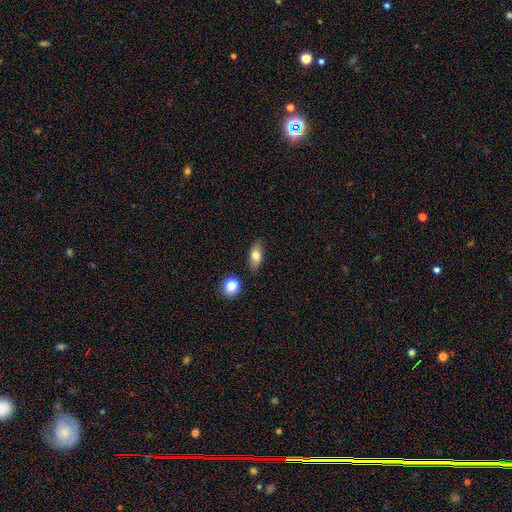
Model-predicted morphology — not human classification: Smooth or featured? smooth (76%)
How rounded? in between (83%)
Merging? none (81%)